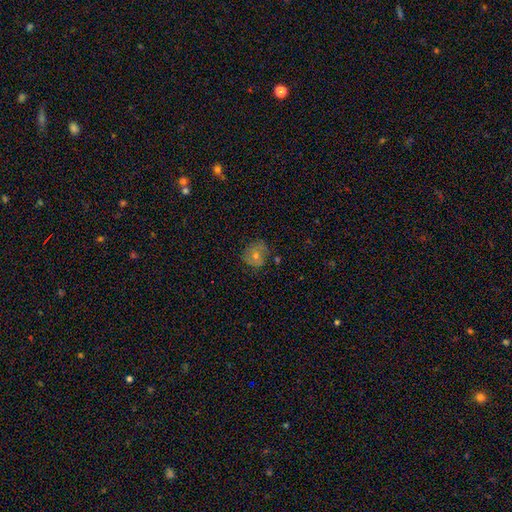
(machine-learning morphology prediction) smooth-or-featured: smooth: 44% | featured or disk: 39% | star or artifact: 17%
  merging: none: 76% | minor disturbance: 16% | major disturbance: 5% | merger: 2%